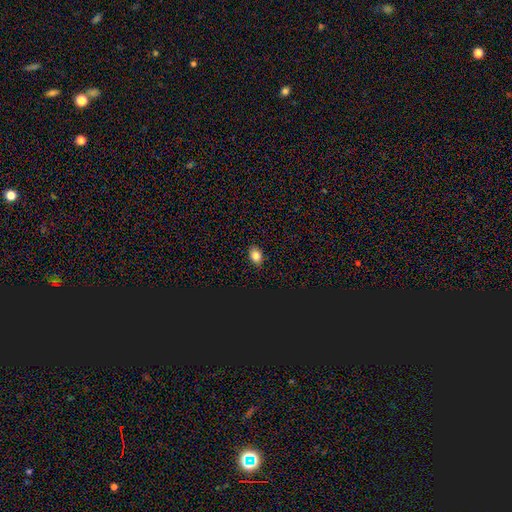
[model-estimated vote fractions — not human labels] smooth-or-featured: smooth: 81% | star or artifact: 12% | featured or disk: 6%
  how-rounded: in between: 74% | round: 25% | cigar-shaped: 1%
  merging: none: 88% | minor disturbance: 9% | major disturbance: 2% | merger: 1%